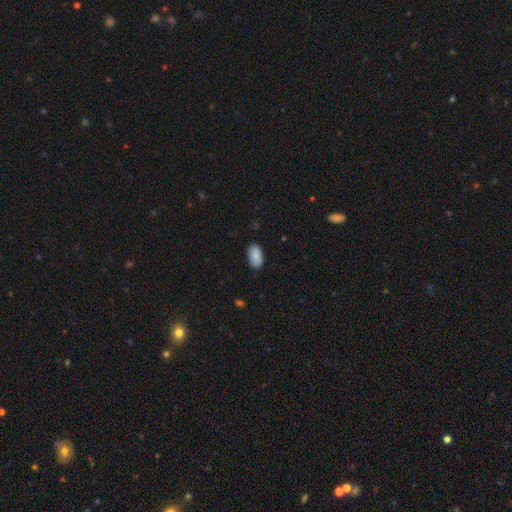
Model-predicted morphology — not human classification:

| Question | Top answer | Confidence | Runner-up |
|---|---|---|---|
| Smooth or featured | smooth | 89% | star or artifact (7%) |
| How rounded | in between | 95% | round (4%) |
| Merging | none | 85% | minor disturbance (12%) |